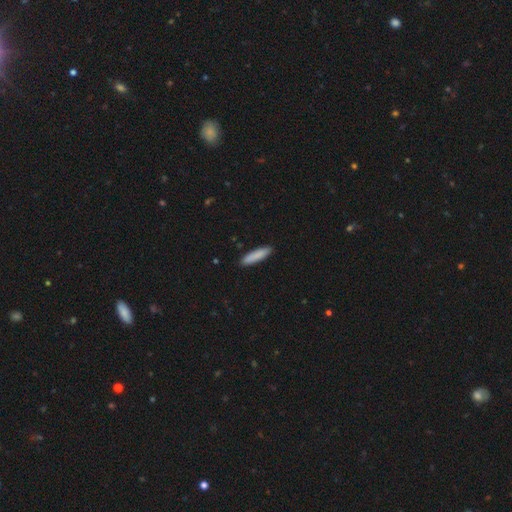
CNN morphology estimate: smooth_or_featured: smooth (p=0.87) [alt: featured or disk p=0.08]
how_rounded: cigar-shaped (p=0.79) [alt: in between p=0.20]
merging: none (p=0.89) [alt: minor disturbance p=0.08]